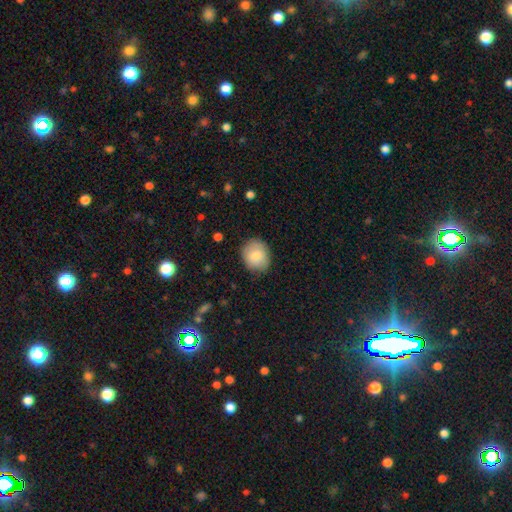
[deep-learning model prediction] Smooth or featured: smooth — 82% (featured or disk — 11%)
How rounded: round — 67% (in between — 32%)
Merging: none — 80% (minor disturbance — 16%)